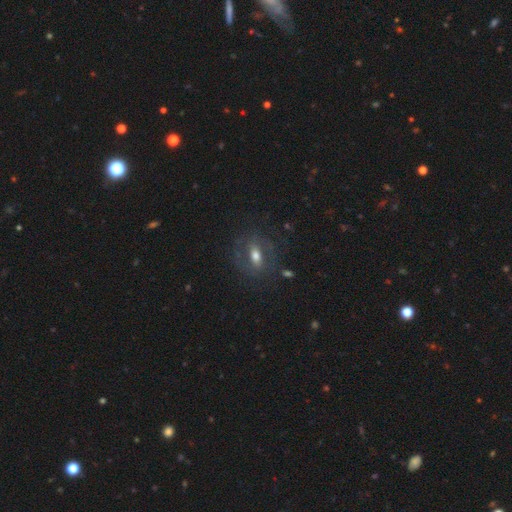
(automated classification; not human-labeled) Smooth or featured?
  - featured or disk: 49% *
  - smooth: 39%
  - star or artifact: 11%
Merging?
  - none: 73% *
  - minor disturbance: 15%
  - major disturbance: 10%
  - merger: 2%